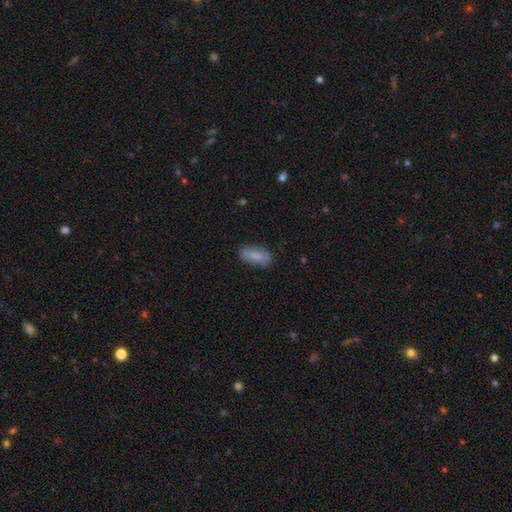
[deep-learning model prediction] smooth 82%, featured or disk 11%, star or artifact 7%. Down the decision tree: how rounded — in between (72%); merging — none (79%).